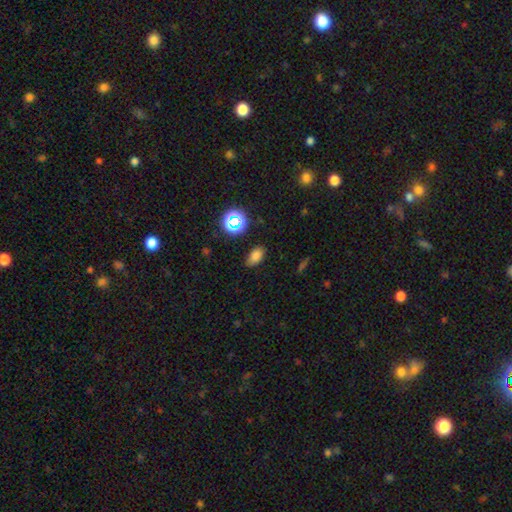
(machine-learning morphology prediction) A smooth galaxy with no disk features (76%) that is in between round and cigar-shaped (88%). Merging: none (80%).